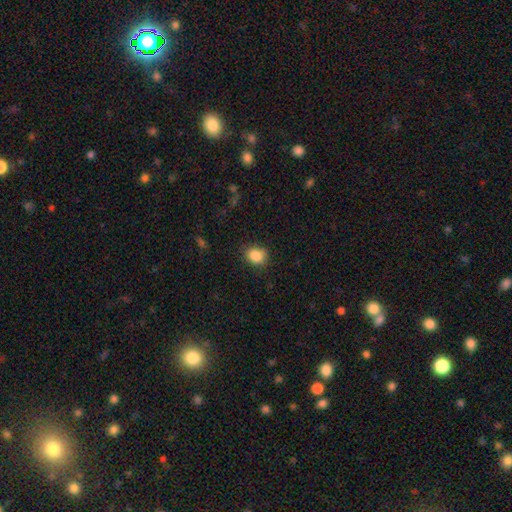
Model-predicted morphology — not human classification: A smooth galaxy with no disk features (85%) that is round (57%).

Vote fractions:
- Smooth or featured? smooth: 85% / star or artifact: 10% / featured or disk: 5%
- How rounded? round: 57% / in between: 42% / cigar-shaped: 1%
- Merging? none: 77% / minor disturbance: 17% / major disturbance: 4% / merger: 2%